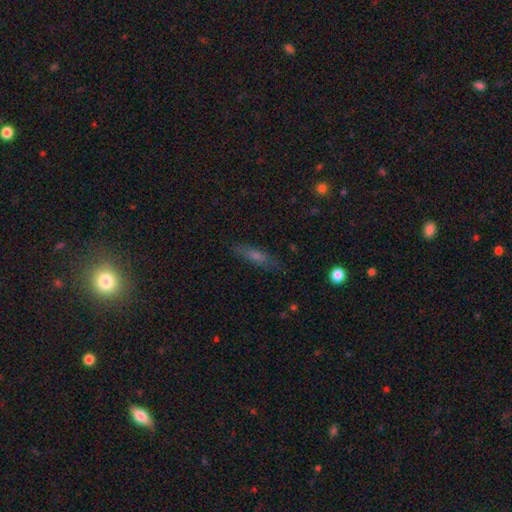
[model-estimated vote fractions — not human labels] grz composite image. It shows a smooth galaxy with no disk features (49%). Merging: none (81%).